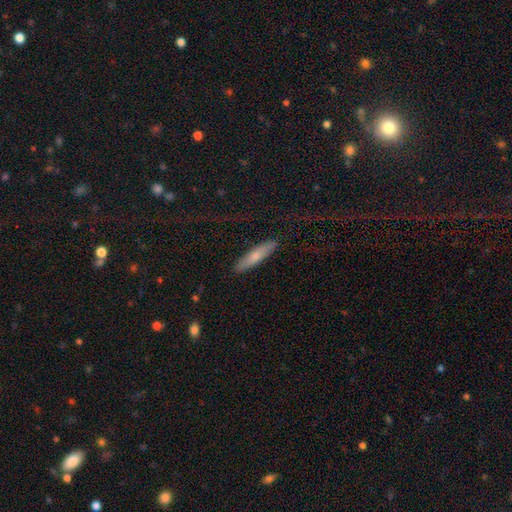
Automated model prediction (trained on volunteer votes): Smooth or featured: smooth — 67% (featured or disk — 27%)
How rounded: cigar-shaped — 84% (in between — 14%)
Merging: none — 87% (minor disturbance — 10%)